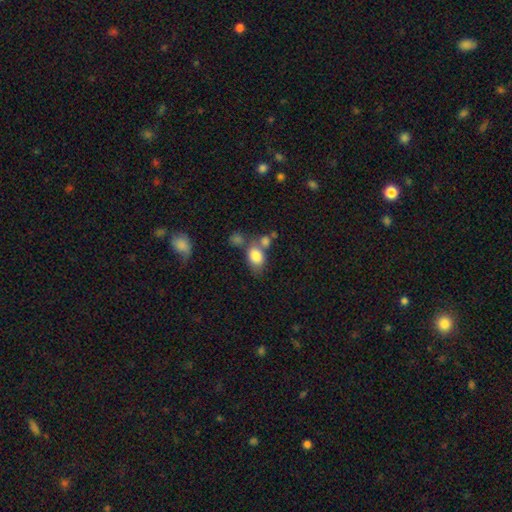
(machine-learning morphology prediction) Smooth or featured? Predicted: smooth (p=0.81). How rounded? Predicted: in between (p=0.77). Merging? Predicted: none (p=0.43).